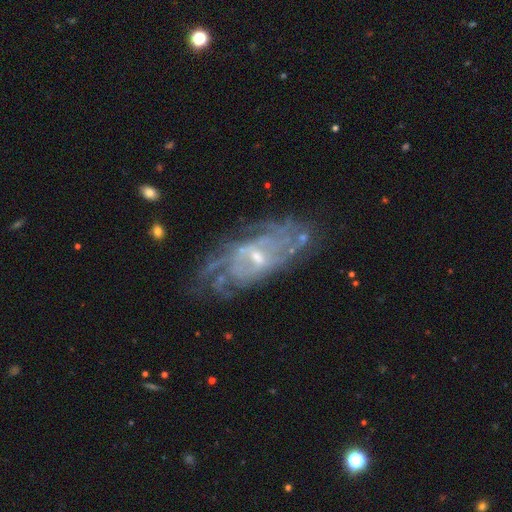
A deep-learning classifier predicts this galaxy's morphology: Overall: featured or disk (86%). Edge-on disk: no (92%). Bar: weak (51%; no 34%). Spiral arms: yes (93%). Spiral arm count: can't tell (45%; 4 17%). Spiral winding: tight (59%; medium 32%). Bulge size: small (61%; moderate 33%). Merging: none (70%).